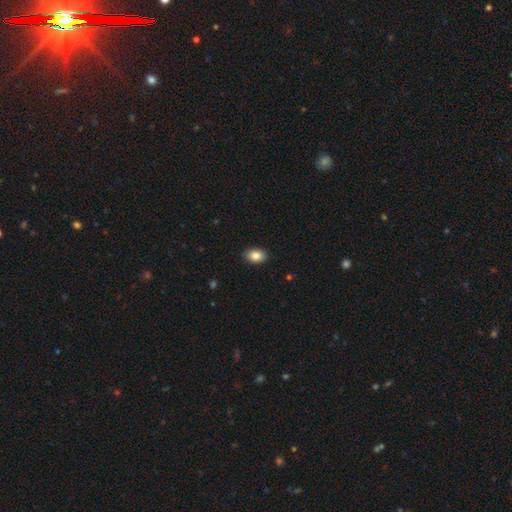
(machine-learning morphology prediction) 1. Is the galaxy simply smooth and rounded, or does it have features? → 86% smooth, 8% star or artifact, 7% featured or disk.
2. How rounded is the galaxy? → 84% in between, 15% round, 1% cigar-shaped.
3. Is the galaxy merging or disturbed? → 89% none, 9% minor disturbance, 2% major disturbance, 1% merger.